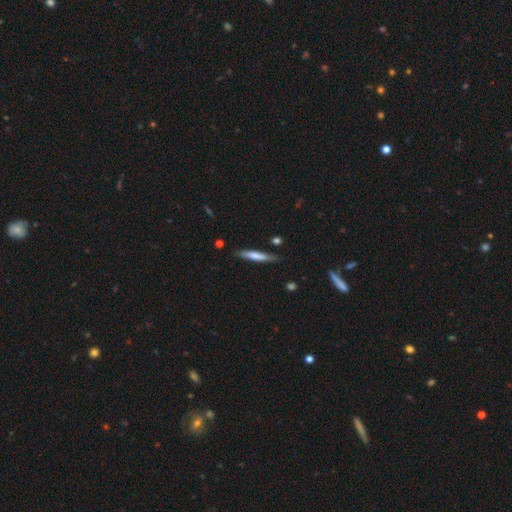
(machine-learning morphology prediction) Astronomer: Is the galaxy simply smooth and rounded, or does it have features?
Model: smooth — 63%.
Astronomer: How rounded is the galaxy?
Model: cigar-shaped — 92%.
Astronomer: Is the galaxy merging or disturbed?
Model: none — 82%.